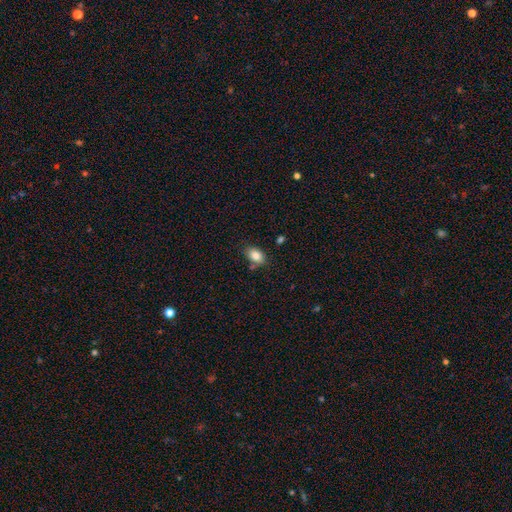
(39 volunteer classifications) smooth-or-featured: smooth: 82% | star or artifact: 10% | featured or disk: 8%
  how-rounded: in between: 91% | round: 9% | cigar-shaped: 0%
  merging: none: 74% | minor disturbance: 20% | merger: 6% | major disturbance: 0%